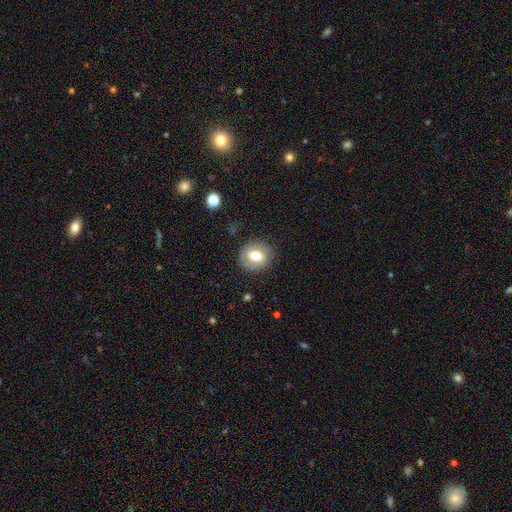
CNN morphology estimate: This is possibly a smooth galaxy (57%). How rounded: likely round (70%). Merging: clearly none (80%).